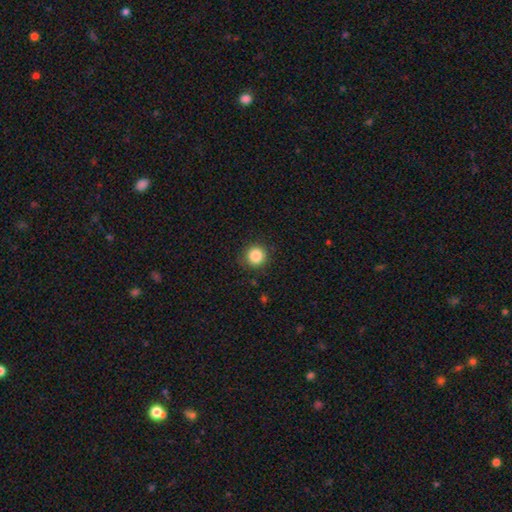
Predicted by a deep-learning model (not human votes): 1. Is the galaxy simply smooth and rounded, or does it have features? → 86% smooth, 10% star or artifact, 4% featured or disk.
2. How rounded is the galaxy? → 94% round, 5% in between, 1% cigar-shaped.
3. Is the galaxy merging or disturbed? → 89% none, 8% minor disturbance, 2% major disturbance, 1% merger.